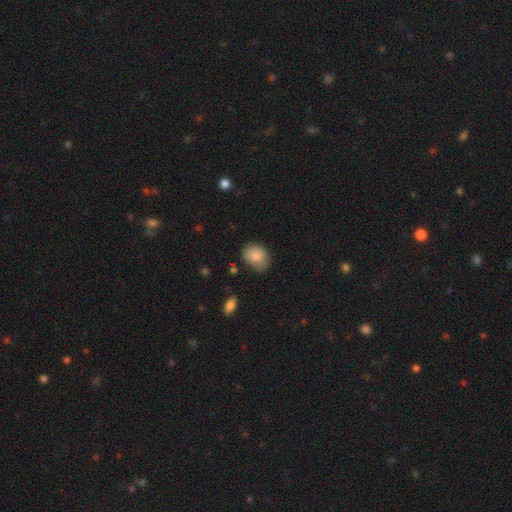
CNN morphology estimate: Smooth or featured: smooth — 85% (star or artifact — 8%)
How rounded: in between — 59% (round — 40%)
Merging: none — 63% (minor disturbance — 29%)